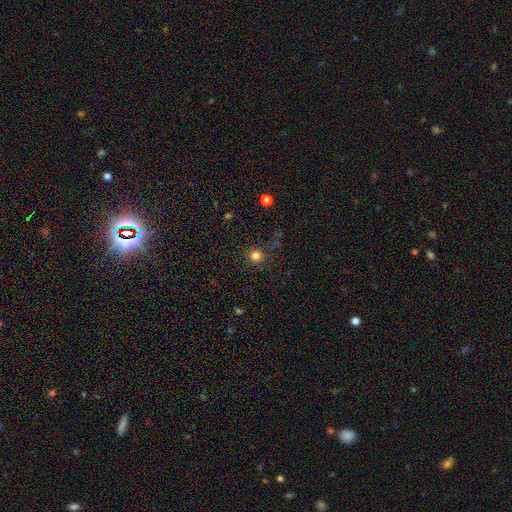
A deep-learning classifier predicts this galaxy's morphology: smooth 80%, star or artifact 15%, featured or disk 5%. Down the decision tree: how rounded — round (94%); merging — none (86%).